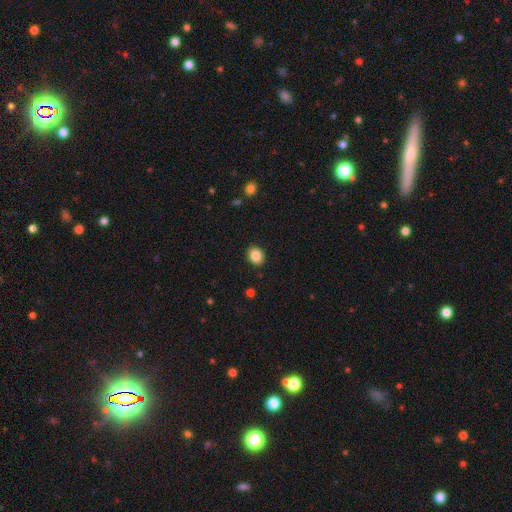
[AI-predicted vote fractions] Smooth or featured? Predicted: smooth (p=0.86). How rounded? Predicted: round (p=0.54). Merging? Predicted: none (p=0.90).